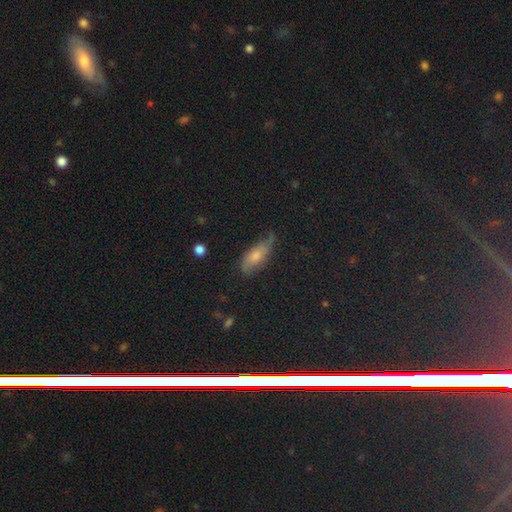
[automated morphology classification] type=smooth (55%); roundness=in between (73%); merging=none (57%).